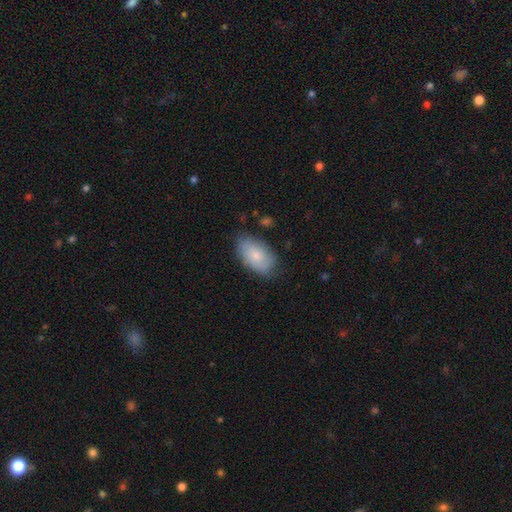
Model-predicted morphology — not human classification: The model was most divided on "smooth or featured": smooth: 73%, featured or disk: 20%, star or artifact: 6%. More confident: how rounded — in between (93%); merging — none (74%).